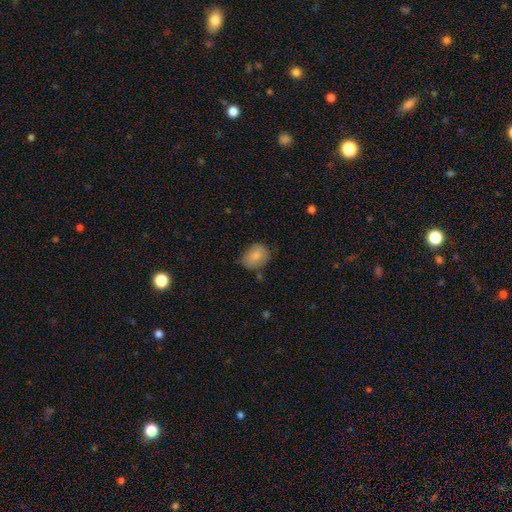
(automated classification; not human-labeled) The model was most divided on "how rounded": in between: 59%, round: 40%, cigar-shaped: 1%. More confident: smooth or featured — smooth (84%); merging — none (66%).